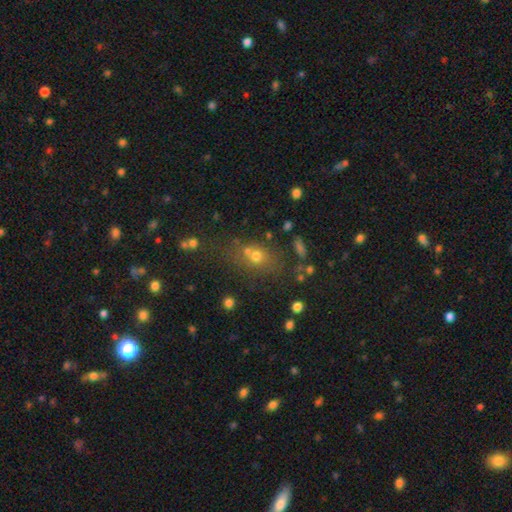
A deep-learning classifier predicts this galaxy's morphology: smooth-or-featured: smooth: 61% | star or artifact: 23% | featured or disk: 15%
  how-rounded: round: 55% | in between: 42% | cigar-shaped: 3%
  merging: none: 56% | merger: 23% | minor disturbance: 14% | major disturbance: 7%